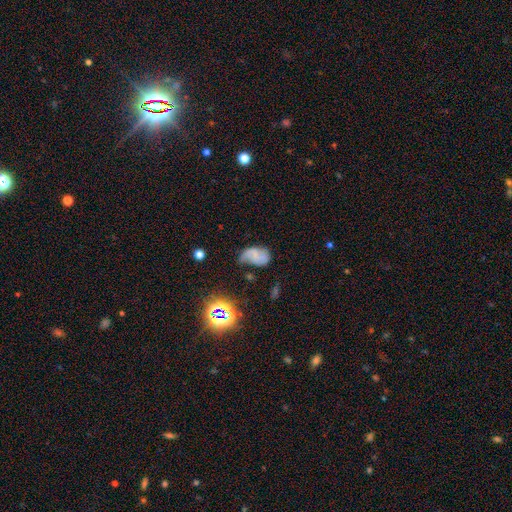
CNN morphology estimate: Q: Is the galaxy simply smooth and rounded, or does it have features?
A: smooth — 44%.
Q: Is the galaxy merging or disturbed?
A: minor disturbance — 37%.